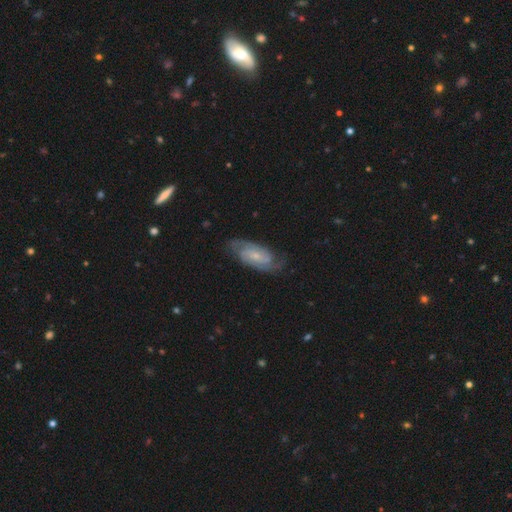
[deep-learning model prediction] This appears to be a featured or disk galaxy (86%) with no bar (49%), 2 (81%) medium (46%) spiral arms (97%) and a small central bulge (70%). Merging: none (79%).